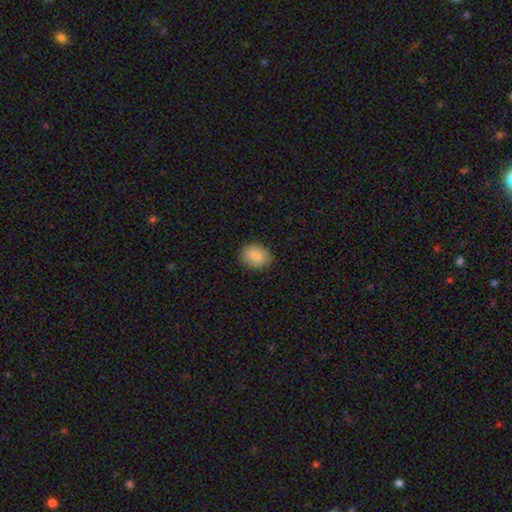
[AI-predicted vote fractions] A smooth galaxy with no disk features (84%) that is in between round and cigar-shaped (63%). Merging: none (85%).